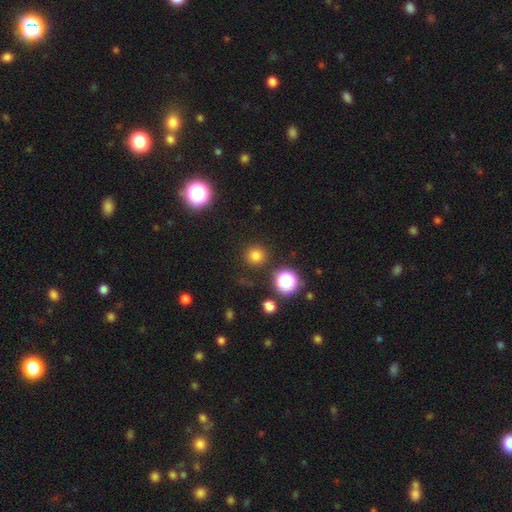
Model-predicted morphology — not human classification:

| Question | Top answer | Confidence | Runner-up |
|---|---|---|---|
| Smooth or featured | smooth | 76% | star or artifact (19%) |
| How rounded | round | 95% | in between (4%) |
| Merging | none | 89% | minor disturbance (6%) |